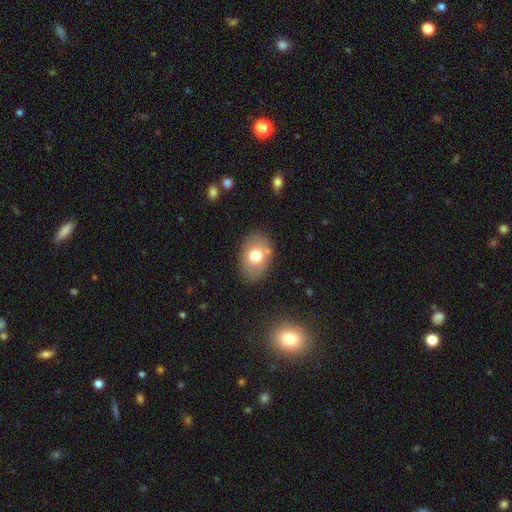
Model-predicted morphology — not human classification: The model was most divided on "smooth or featured": smooth: 70%, featured or disk: 21%, star or artifact: 9%. More confident: merging — none (80%); how rounded — in between (79%).